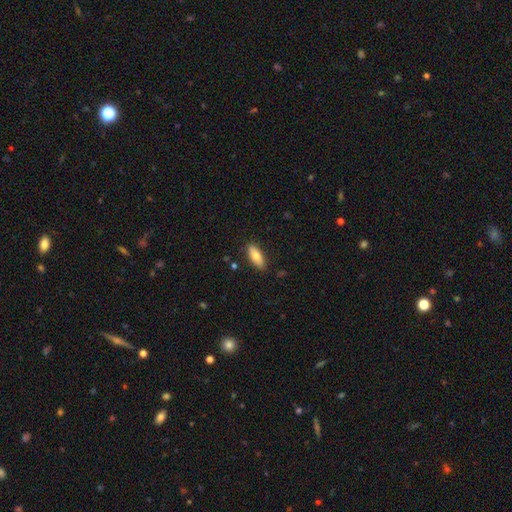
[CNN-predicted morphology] A smooth galaxy with no disk features (75%) that is in between round and cigar-shaped (78%). Merging: none (85%).